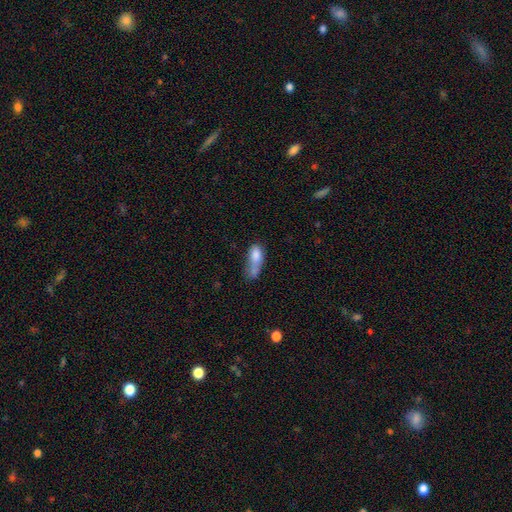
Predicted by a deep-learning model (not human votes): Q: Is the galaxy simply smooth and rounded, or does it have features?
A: smooth — 72%.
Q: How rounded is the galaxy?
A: in between — 75%.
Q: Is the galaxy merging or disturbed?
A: merger — 43%.